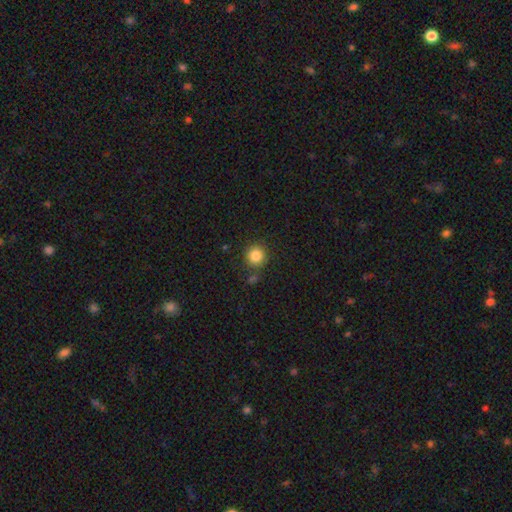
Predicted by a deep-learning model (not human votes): Morphology: type=smooth (85%); roundness=round (93%); merging=none (83%).